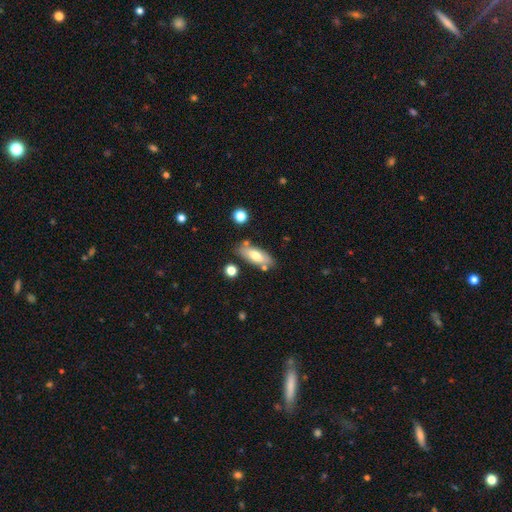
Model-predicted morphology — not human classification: Smooth or featured? smooth (64%)
How rounded? in between (74%)
Merging? none (76%)